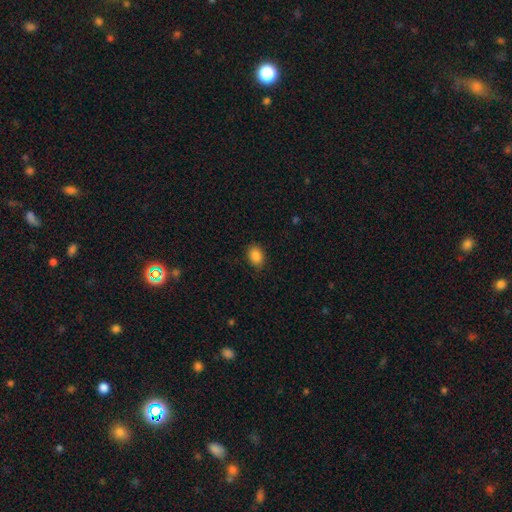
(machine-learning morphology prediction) This is clearly a smooth galaxy (87%). How rounded: likely in between (69%). Merging: clearly none (85%).